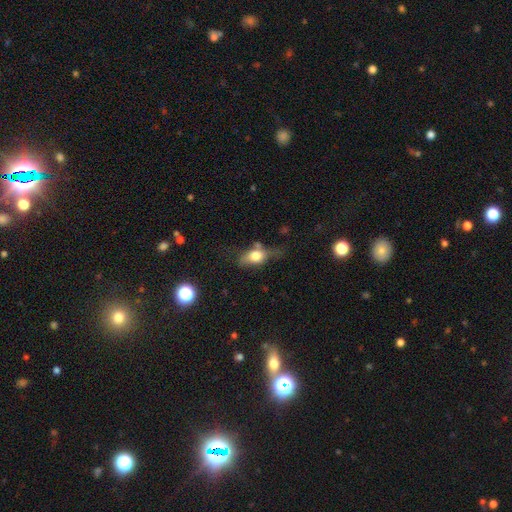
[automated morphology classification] smooth-or-featured: smooth: 62% | featured or disk: 28% | star or artifact: 10%
  how-rounded: in between: 74% | round: 16% | cigar-shaped: 11%
  merging: none: 42% | minor disturbance: 31% | major disturbance: 20% | merger: 8%